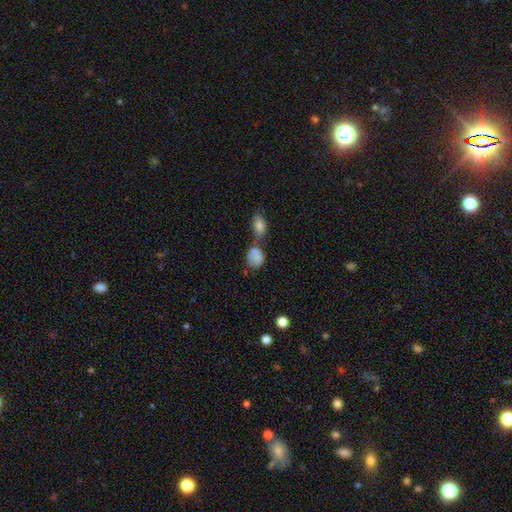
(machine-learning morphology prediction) smooth-or-featured: smooth: 80% | featured or disk: 11% | star or artifact: 9%
  how-rounded: in between: 51% | round: 48% | cigar-shaped: 2%
  merging: merger: 39% | none: 38% | minor disturbance: 16% | major disturbance: 7%